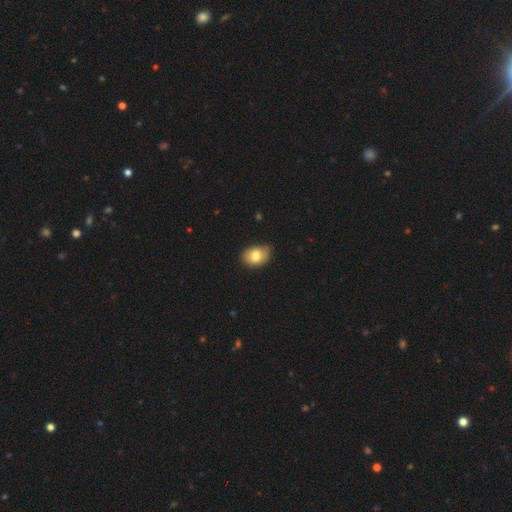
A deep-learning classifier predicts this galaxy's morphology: Overall: smooth (79%). How rounded: in between (76%). Merging: none (65%; minor disturbance 29%).